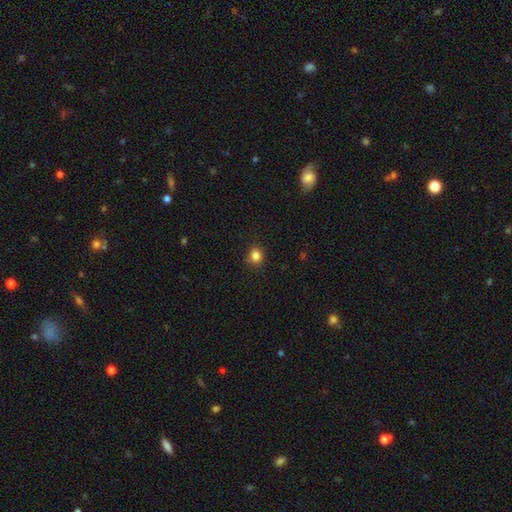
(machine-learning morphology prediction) Smooth or featured? smooth (84%)
How rounded? round (79%)
Merging? none (87%)